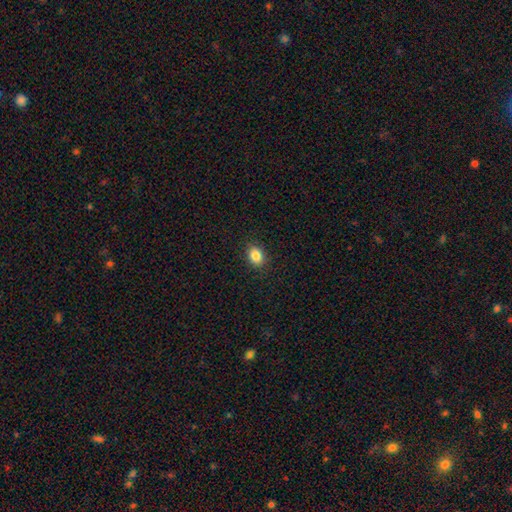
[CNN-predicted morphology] type=smooth (86%); roundness=in between (59%); merging=none (89%).